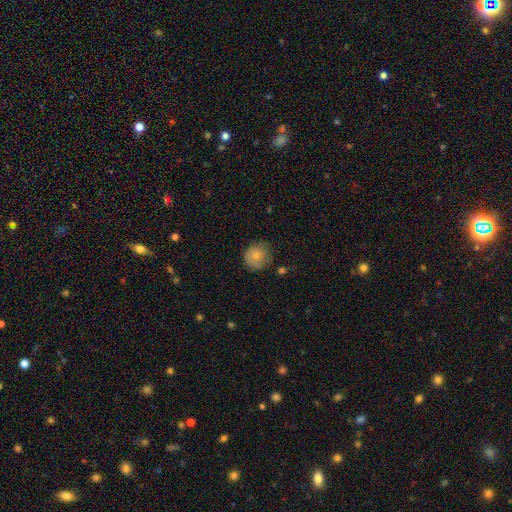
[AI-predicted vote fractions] This is likely a smooth galaxy (80%). How rounded: clearly round (90%). Merging: likely none (70%).